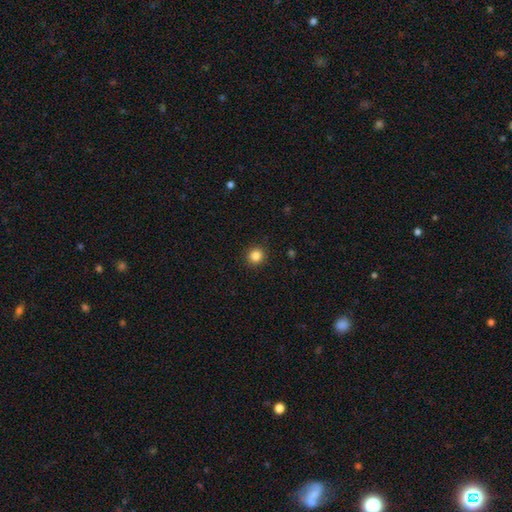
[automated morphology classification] This is clearly a smooth galaxy (85%). How rounded: clearly round (90%). Merging: clearly none (92%).